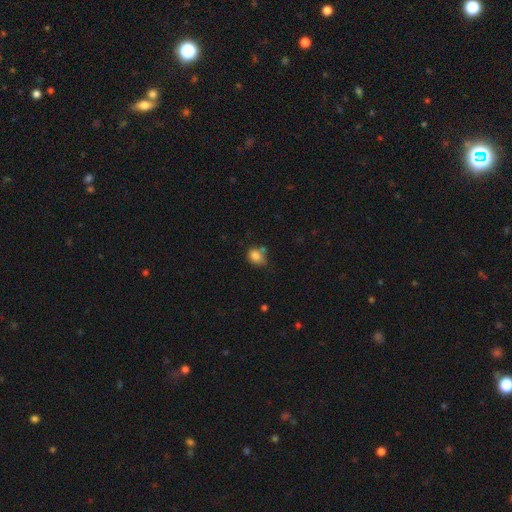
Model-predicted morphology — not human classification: type=smooth (82%); roundness=in between (58%); merging=none (51%).